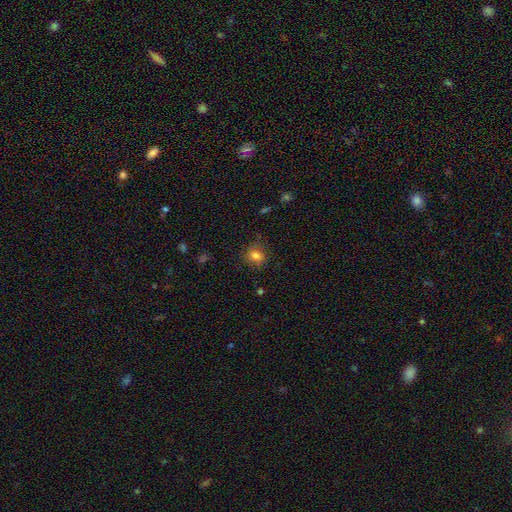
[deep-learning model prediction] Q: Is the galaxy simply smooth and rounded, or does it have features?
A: smooth — 81%.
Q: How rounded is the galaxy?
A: round — 60%.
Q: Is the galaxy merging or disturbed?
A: none — 79%.